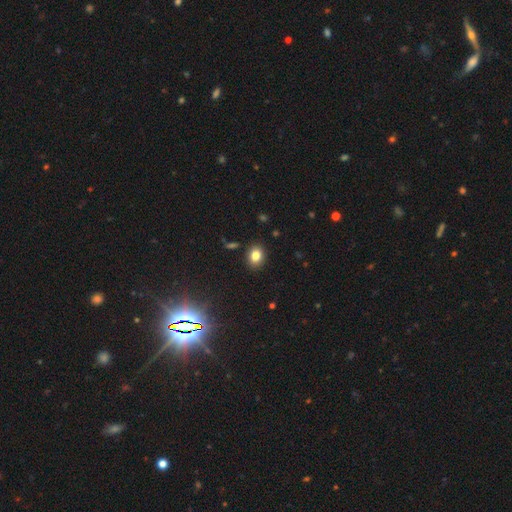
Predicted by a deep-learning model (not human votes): This is clearly a smooth galaxy (82%). How rounded: possibly in between (55%). Merging: clearly none (87%).